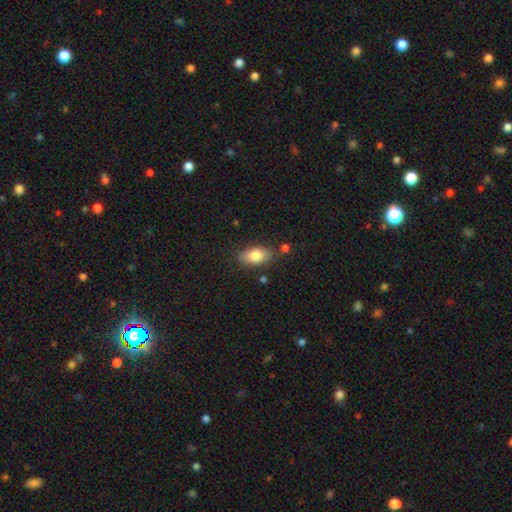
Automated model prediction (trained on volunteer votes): This is clearly a smooth galaxy (82%). How rounded: clearly in between (90%). Merging: likely none (79%).